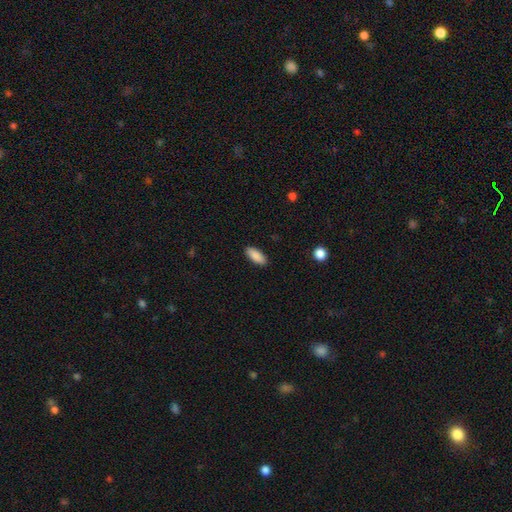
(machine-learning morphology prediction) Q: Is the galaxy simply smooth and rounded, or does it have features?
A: smooth — 89%.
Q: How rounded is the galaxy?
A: in between — 82%.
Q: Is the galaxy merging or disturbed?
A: none — 89%.